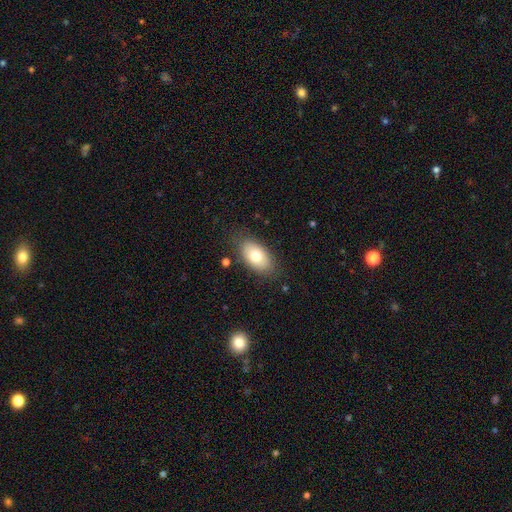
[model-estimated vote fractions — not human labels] Smooth or featured? smooth (75%)
How rounded? in between (93%)
Merging? none (81%)